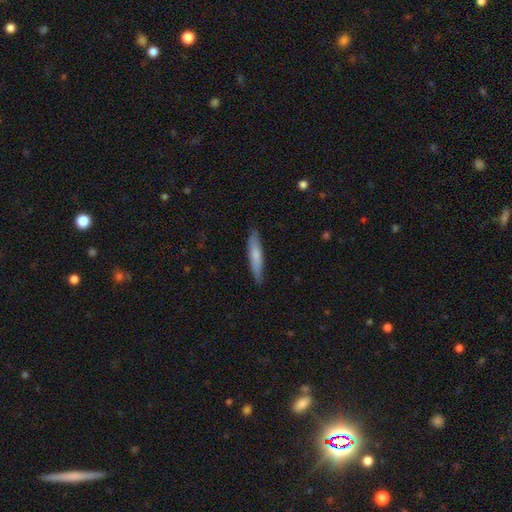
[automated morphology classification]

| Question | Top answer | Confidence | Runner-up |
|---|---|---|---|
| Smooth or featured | smooth | 70% | featured or disk (25%) |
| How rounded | cigar-shaped | 88% | in between (11%) |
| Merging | none | 86% | minor disturbance (11%) |